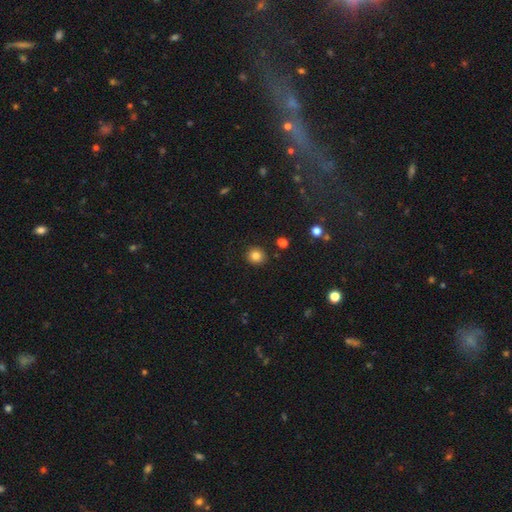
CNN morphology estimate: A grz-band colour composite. It shows a smooth galaxy with no disk features (84%) that is round (87%). Merging: none (89%).